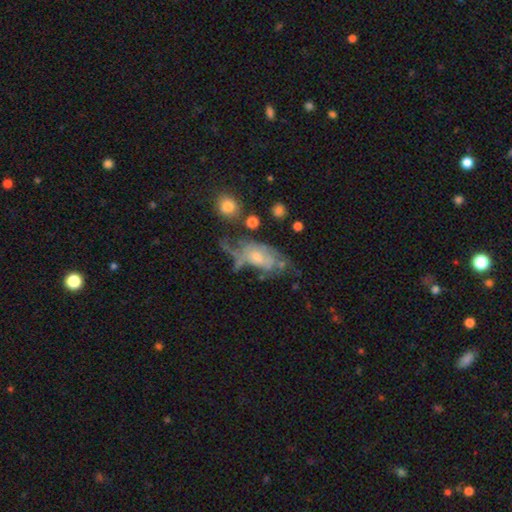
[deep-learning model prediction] Smooth or featured?
  - featured or disk: 68% *
  - smooth: 22%
  - star or artifact: 10%
Edge-on disk?
  - no: 92% *
  - yes: 8%
Bar?
  - no: 74% *
  - weak: 22%
  - strong: 4%
Spiral arms?
  - yes: 71% *
  - no: 29%
Bulge size?
  - small: 49% *
  - moderate: 41%
  - none: 5%
  - large: 4%
  - dominant: 1%
Merging?
  - none: 35% *
  - major disturbance: 30%
  - minor disturbance: 25%
  - merger: 11%